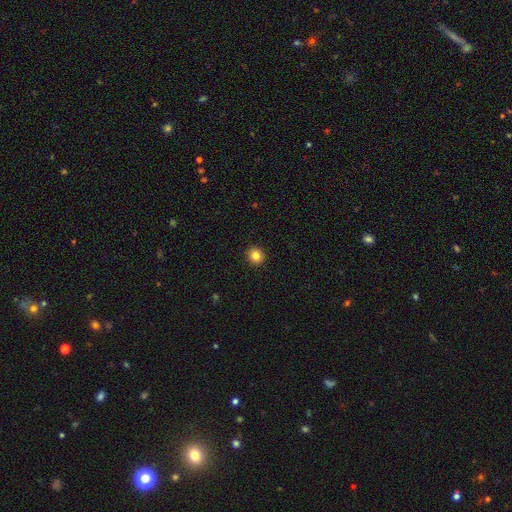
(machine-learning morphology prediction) The model was most divided on "smooth or featured": smooth: 84%, star or artifact: 11%, featured or disk: 5%. More confident: merging — none (93%); how rounded — round (89%).